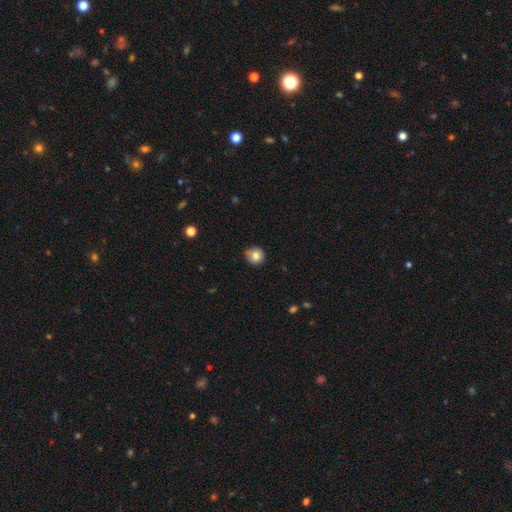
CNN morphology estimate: Overall: smooth (79%). How rounded: round (89%). Merging: none (75%).